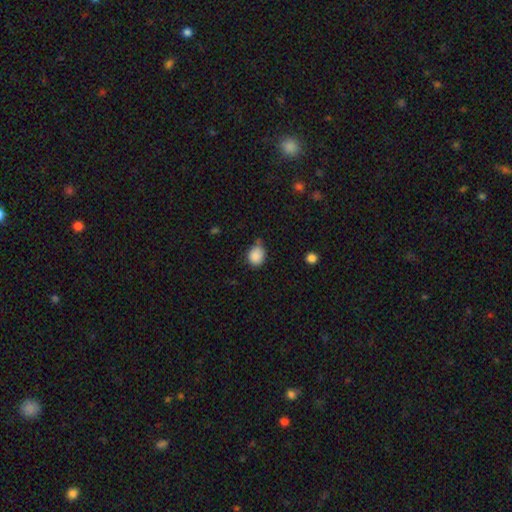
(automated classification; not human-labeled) This is clearly a smooth galaxy (87%). How rounded: likely round (64%). Merging: likely none (62%).